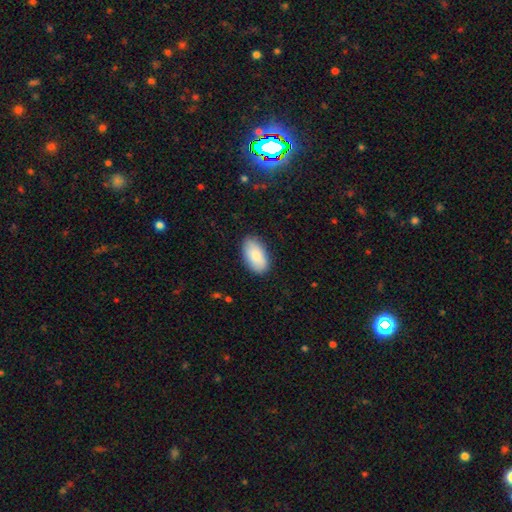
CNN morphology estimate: smooth-or-featured: smooth: 86% | featured or disk: 9% | star or artifact: 6%
  how-rounded: in between: 95% | round: 3% | cigar-shaped: 2%
  merging: none: 85% | minor disturbance: 11% | major disturbance: 2% | merger: 1%